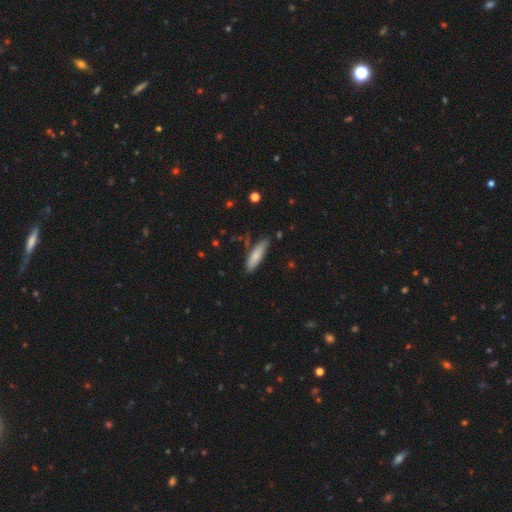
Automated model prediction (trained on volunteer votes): Q: Smooth or featured?
A: smooth (75%); runner-up: featured or disk (19%)
Q: How rounded?
A: cigar-shaped (60%); runner-up: in between (38%)
Q: Merging?
A: none (80%); runner-up: minor disturbance (15%)